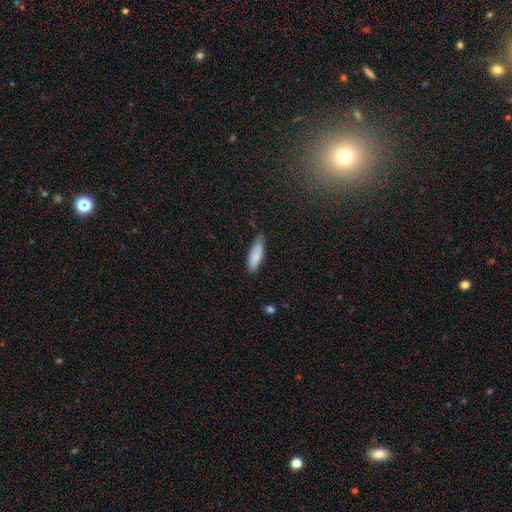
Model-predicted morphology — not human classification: This appears to be a smooth galaxy with no disk features (82%) that is in between round and cigar-shaped (55%). Merging: none (68%).